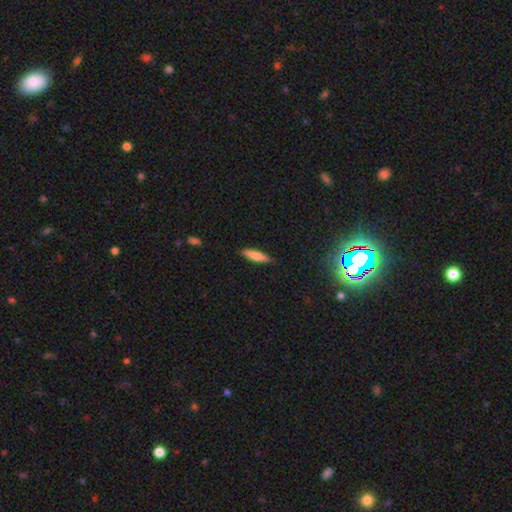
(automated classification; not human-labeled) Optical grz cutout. It shows a smooth galaxy with no disk features (76%) that is cigar-shaped (78%). Merging: none (87%).